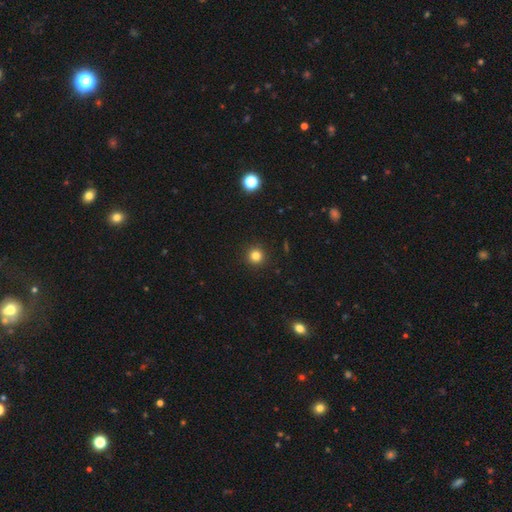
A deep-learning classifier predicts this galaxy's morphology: smooth-or-featured: smooth: 82% | star or artifact: 13% | featured or disk: 5%
  how-rounded: round: 95% | in between: 4% | cigar-shaped: 1%
  merging: none: 93% | minor disturbance: 4% | major disturbance: 2% | merger: 1%